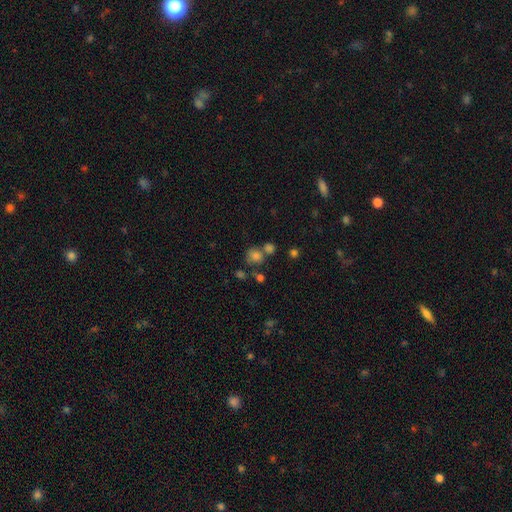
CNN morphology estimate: Smooth or featured?
  - smooth: 77% *
  - star or artifact: 14%
  - featured or disk: 8%
How rounded?
  - round: 80% *
  - in between: 19%
  - cigar-shaped: 1%
Merging?
  - none: 57% *
  - merger: 26%
  - minor disturbance: 11%
  - major disturbance: 5%